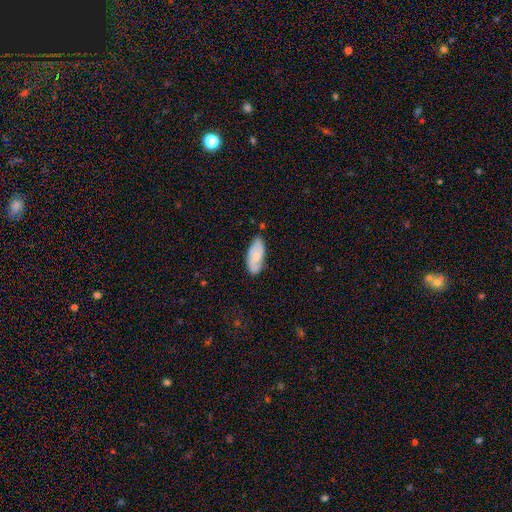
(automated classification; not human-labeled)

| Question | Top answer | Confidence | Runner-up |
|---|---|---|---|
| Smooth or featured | smooth | 56% | featured or disk (38%) |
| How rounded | in between | 86% | cigar-shaped (11%) |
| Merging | none | 73% | minor disturbance (21%) |